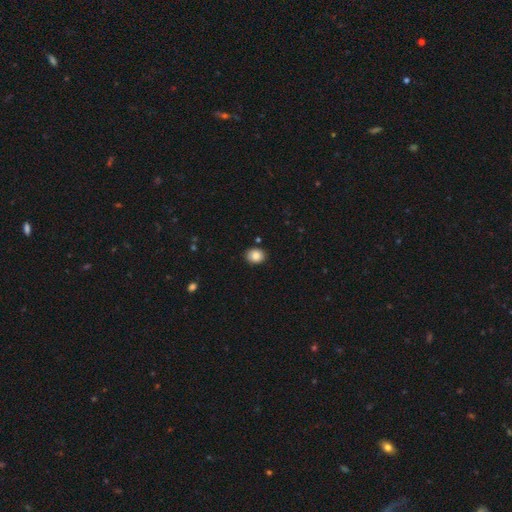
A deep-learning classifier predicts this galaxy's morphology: type=smooth (86%); roundness=round (57%); merging=none (87%).